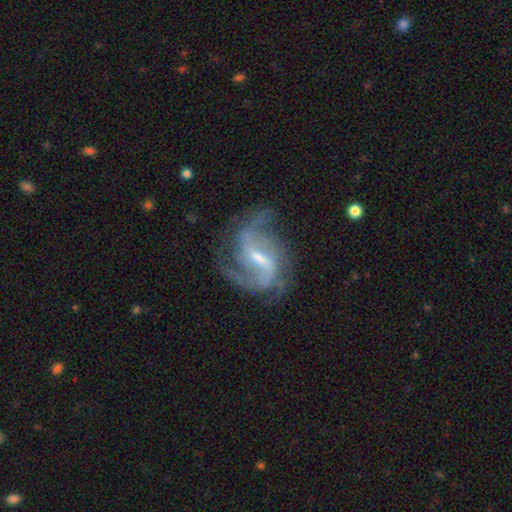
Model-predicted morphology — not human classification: smooth-or-featured: featured or disk: 89% | star or artifact: 6% | smooth: 5%
  disk-edge-on: no: 97% | yes: 3%
    bar: weak: 47% | strong: 42% | no: 11%
    has-spiral-arms: yes: 97% | no: 3%
      spiral-winding: medium: 48% | loose: 36% | tight: 16%
      spiral-arm-count: 2: 53% | 3: 23% | can't tell: 10% | 4: 5% | 1: 5% | more than 4: 4%
    bulge-size: small: 50% | moderate: 40% | none: 7% | large: 3% | dominant: 1%
  merging: none: 63% | minor disturbance: 19% | major disturbance: 16% | merger: 2%